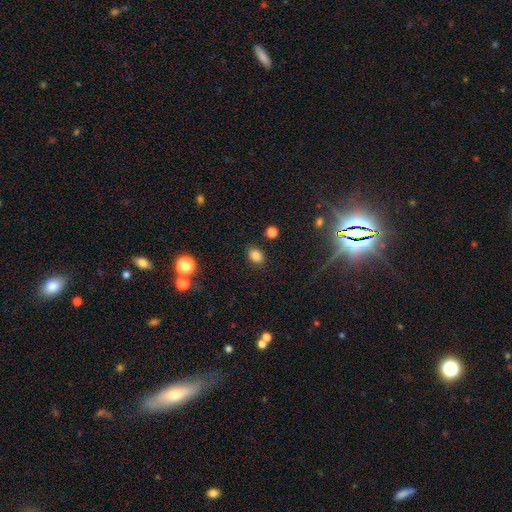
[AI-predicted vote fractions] Smooth or featured? Predicted: smooth (p=0.83). How rounded? Predicted: in between (p=0.67). Merging? Predicted: none (p=0.84).